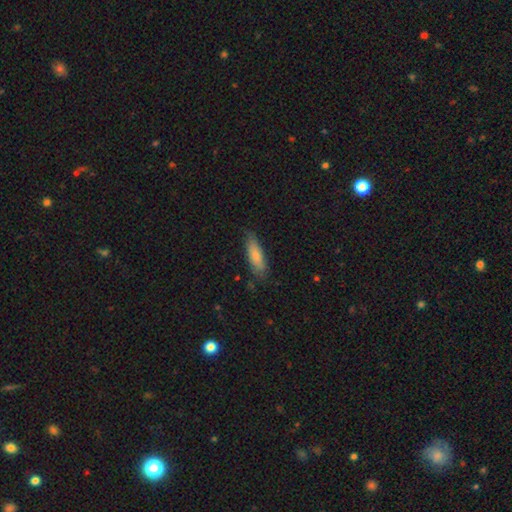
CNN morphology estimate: The model was most divided on "how rounded": cigar-shaped: 50%, in between: 48%, round: 2%. More confident: smooth or featured — smooth (79%); merging — none (74%).